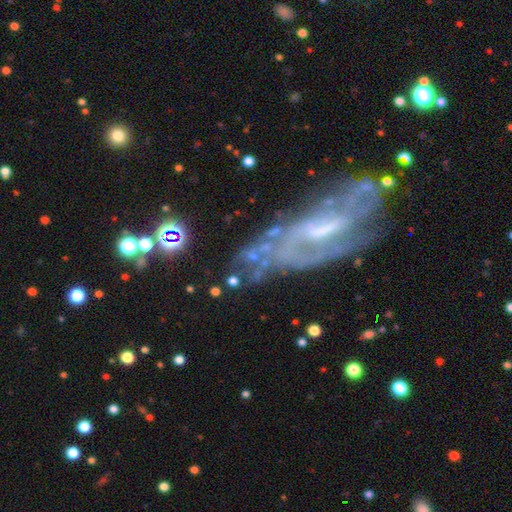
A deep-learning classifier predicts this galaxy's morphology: Smooth or featured?
  - featured or disk: 74% *
  - smooth: 15%
  - star or artifact: 11%
Edge-on disk?
  - no: 88% *
  - yes: 12%
Bar?
  - weak: 41% *
  - strong: 30%
  - no: 29%
Spiral arms?
  - yes: 68% *
  - no: 32%
Bulge size?
  - none: 34% *
  - small: 32%
  - moderate: 29%
  - large: 4%
  - dominant: 1%
Merging?
  - none: 53% *
  - minor disturbance: 22%
  - major disturbance: 19%
  - merger: 5%